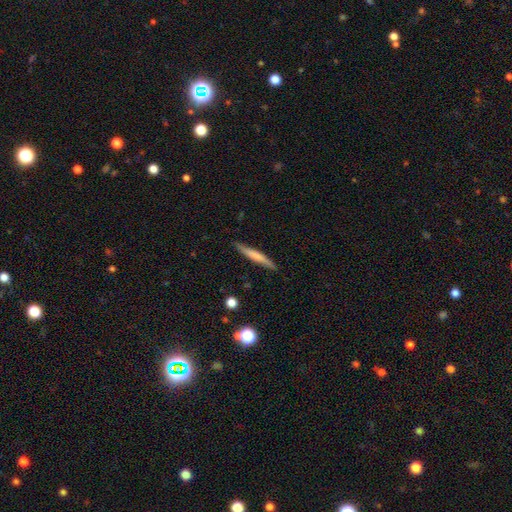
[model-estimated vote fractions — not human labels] A smooth galaxy with no disk features (57%) that is cigar-shaped (95%). Merging: none (88%).